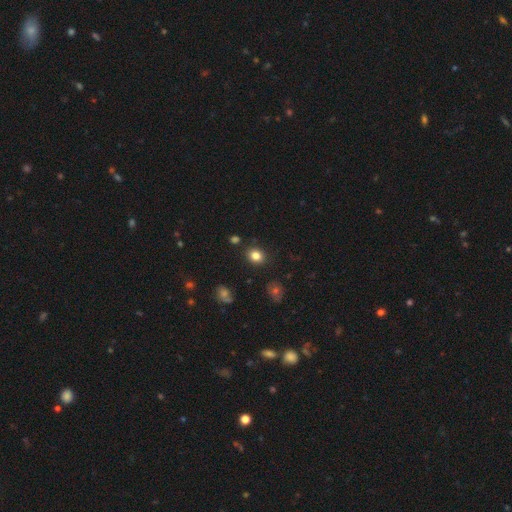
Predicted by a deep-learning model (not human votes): smooth-or-featured: smooth: 83% | star or artifact: 11% | featured or disk: 6%
  how-rounded: round: 56% | in between: 43% | cigar-shaped: 1%
  merging: none: 86% | minor disturbance: 9% | merger: 3% | major disturbance: 2%